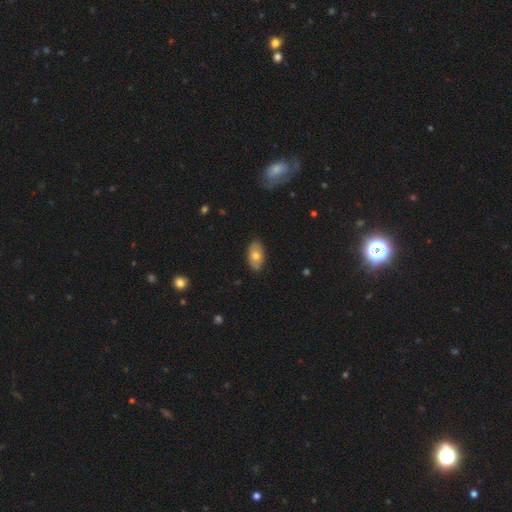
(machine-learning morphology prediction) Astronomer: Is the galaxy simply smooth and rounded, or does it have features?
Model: smooth — 71%.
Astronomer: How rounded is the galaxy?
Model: in between — 92%.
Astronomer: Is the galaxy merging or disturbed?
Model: none — 86%.